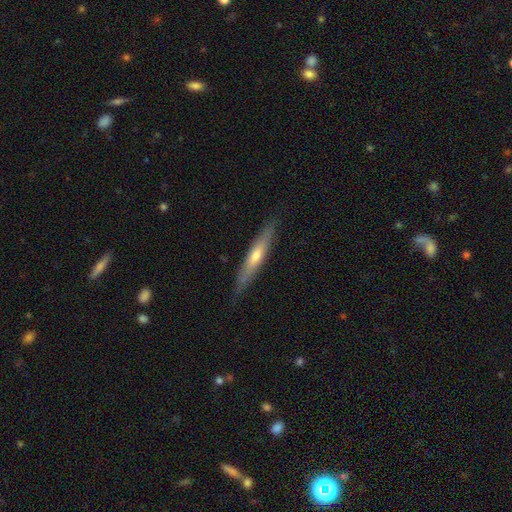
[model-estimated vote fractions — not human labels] This is possibly a featured or disk galaxy (47%, tied with smooth). Merging: clearly none (85%).